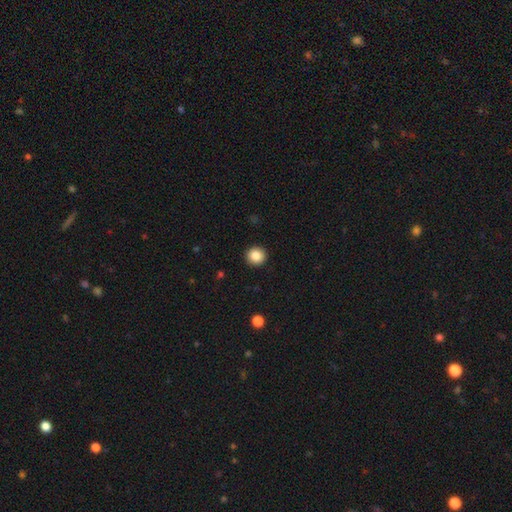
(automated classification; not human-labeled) Smooth or featured? Predicted: smooth (p=0.86). How rounded? Predicted: round (p=0.94). Merging? Predicted: none (p=0.93).